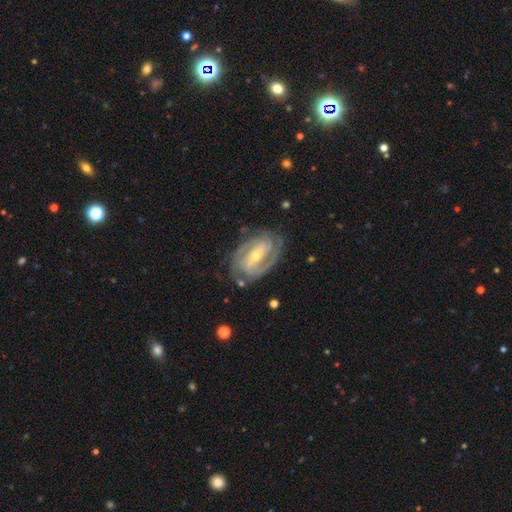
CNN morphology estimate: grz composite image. It shows a featured or disk galaxy (90%) with a strong bar (50%), 2 (63%) tight (61%) spiral arms (97%) and a small central bulge (56%). Merging: none (76%).